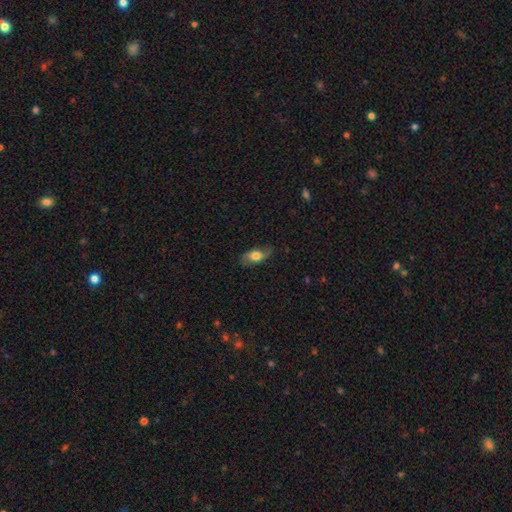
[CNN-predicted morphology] smooth-or-featured: smooth: 57% | featured or disk: 35% | star or artifact: 7%
  how-rounded: in between: 83% | cigar-shaped: 10% | round: 7%
  merging: none: 74% | minor disturbance: 20% | major disturbance: 5% | merger: 1%